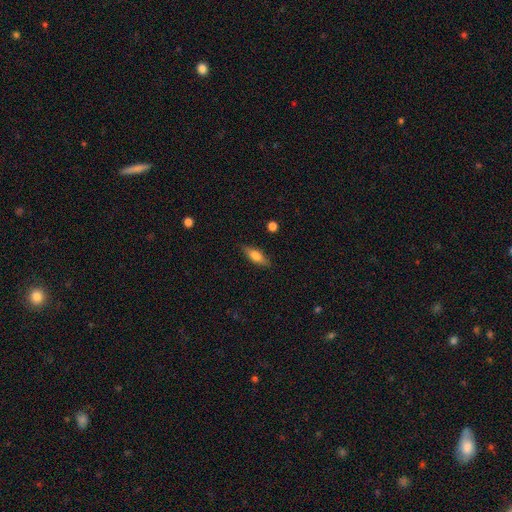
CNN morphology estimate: Smooth or featured? Predicted: smooth (p=0.69). How rounded? Predicted: in between (p=0.59). Merging? Predicted: none (p=0.84).